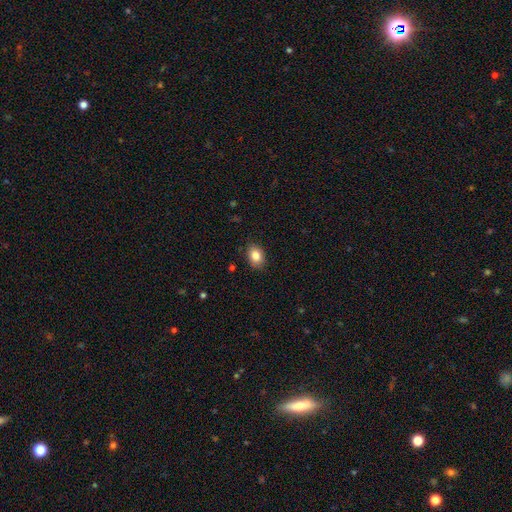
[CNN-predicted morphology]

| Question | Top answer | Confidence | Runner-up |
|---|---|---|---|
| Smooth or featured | smooth | 85% | star or artifact (8%) |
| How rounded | in between | 76% | round (23%) |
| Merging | none | 87% | minor disturbance (9%) |